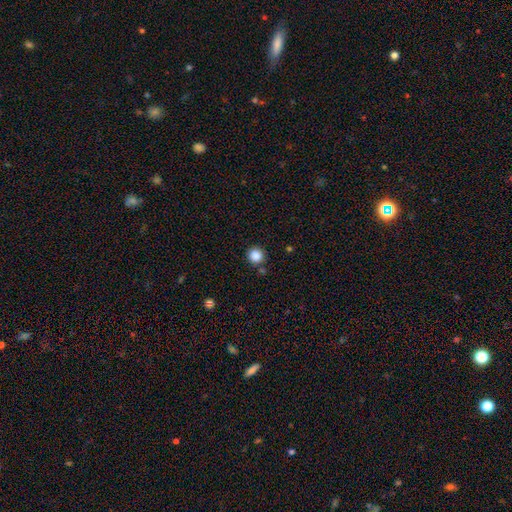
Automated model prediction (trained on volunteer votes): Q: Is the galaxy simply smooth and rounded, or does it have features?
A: smooth — 86%.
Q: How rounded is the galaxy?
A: round — 94%.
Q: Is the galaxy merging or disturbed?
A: none — 87%.